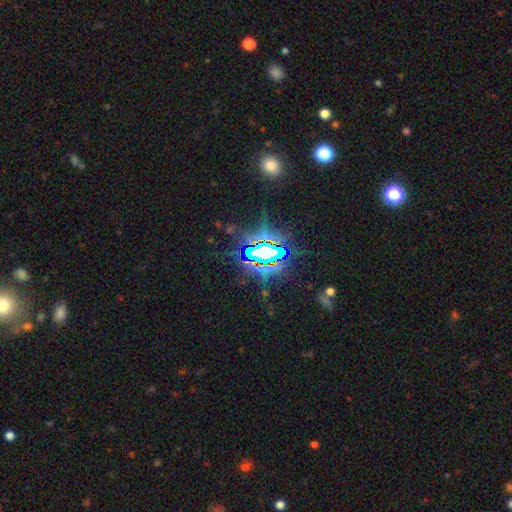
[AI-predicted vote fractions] Smooth or featured? Predicted: star or artifact (p=0.75).